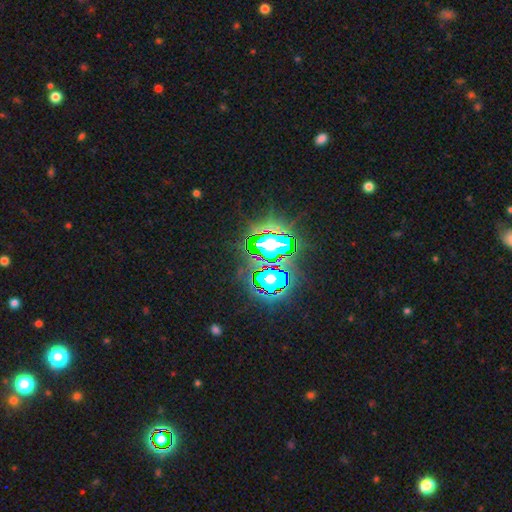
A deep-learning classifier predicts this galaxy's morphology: smooth_or_featured: star or artifact (p=0.84) [alt: smooth p=0.09]